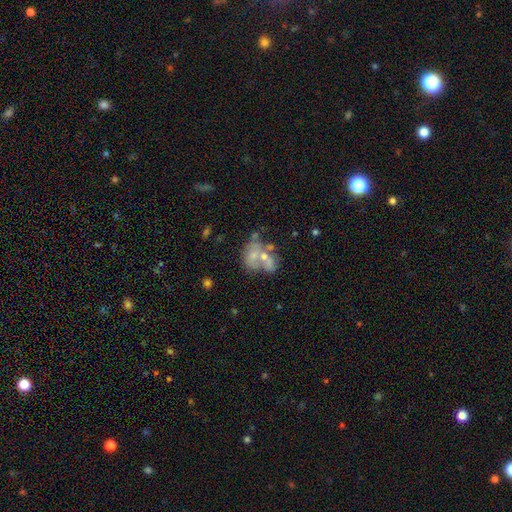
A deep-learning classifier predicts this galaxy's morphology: Smooth or featured? featured or disk (45%)
Merging? merger (52%)